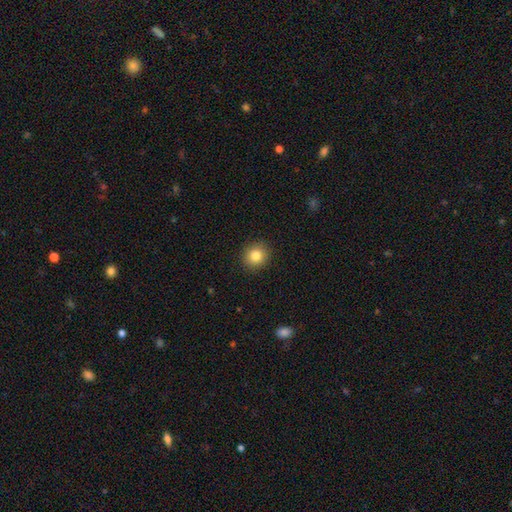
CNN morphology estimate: A smooth galaxy with no disk features (83%) that is round (86%). Merging: none (91%).